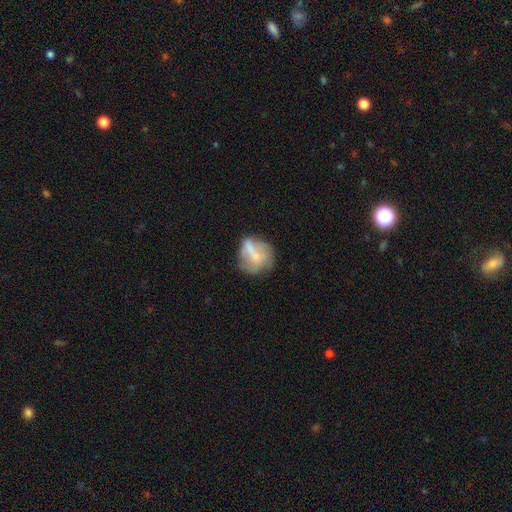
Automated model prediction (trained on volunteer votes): A smooth galaxy with no disk features (52%) that is round (70%). Merging: none (46%).